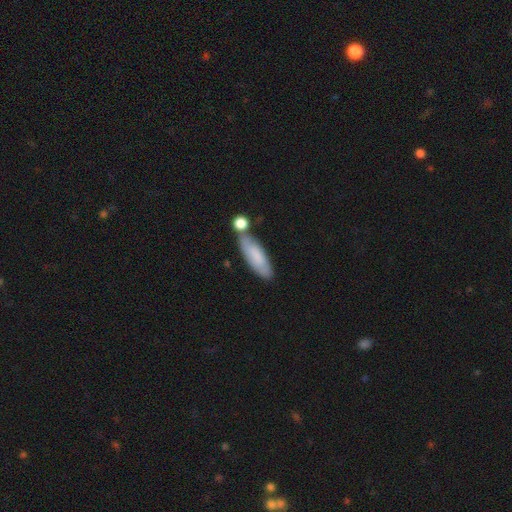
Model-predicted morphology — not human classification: type=smooth (76%); roundness=in between (50%); merging=none (60%).